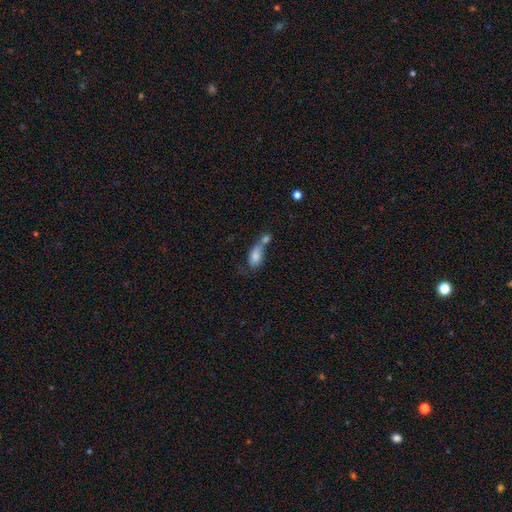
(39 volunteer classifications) Volunteers were most divided on "merging": merger: 64%, none: 19%, minor disturbance: 8%, major disturbance: 8%. More confident: smooth or featured — smooth (87%); how rounded — in between (85%).